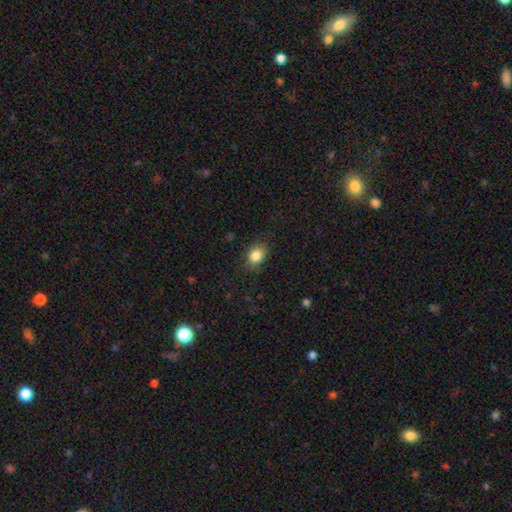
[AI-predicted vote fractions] A smooth galaxy with no disk features (85%) that is in between round and cigar-shaped (60%).

Vote fractions:
- Smooth or featured? smooth: 85% / star or artifact: 9% / featured or disk: 6%
- How rounded? in between: 60% / round: 39% / cigar-shaped: 1%
- Merging? none: 81% / minor disturbance: 14% / major disturbance: 4% / merger: 1%